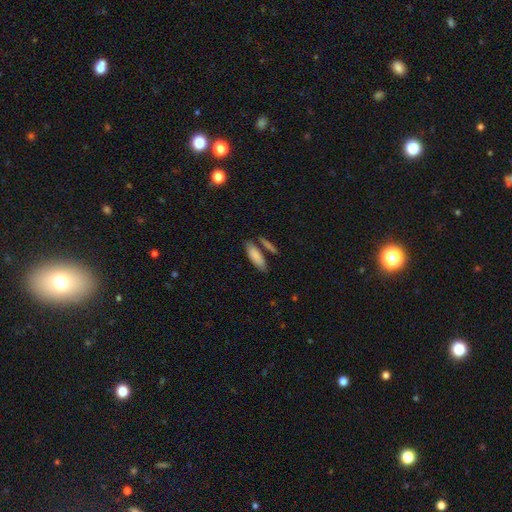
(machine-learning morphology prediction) A smooth galaxy with no disk features (83%) that is in between round and cigar-shaped (56%).

Vote fractions:
- Smooth or featured? smooth: 83% / featured or disk: 11% / star or artifact: 6%
- How rounded? in between: 56% / cigar-shaped: 42% / round: 2%
- Merging? none: 66% / merger: 16% / minor disturbance: 14% / major disturbance: 4%